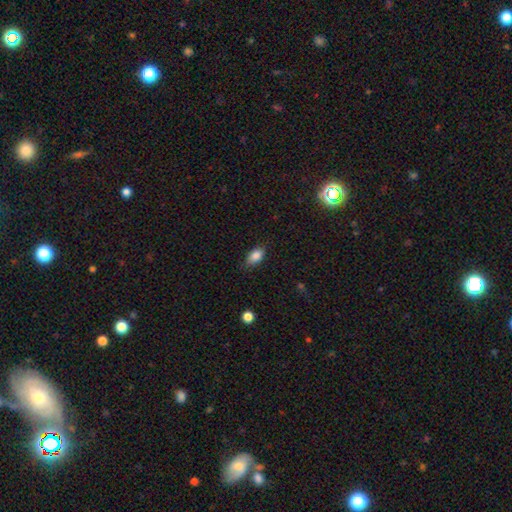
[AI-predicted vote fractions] Smooth or featured?
  - smooth: 86% *
  - star or artifact: 8%
  - featured or disk: 5%
How rounded?
  - in between: 89% *
  - round: 8%
  - cigar-shaped: 4%
Merging?
  - none: 78% *
  - minor disturbance: 17%
  - major disturbance: 4%
  - merger: 1%